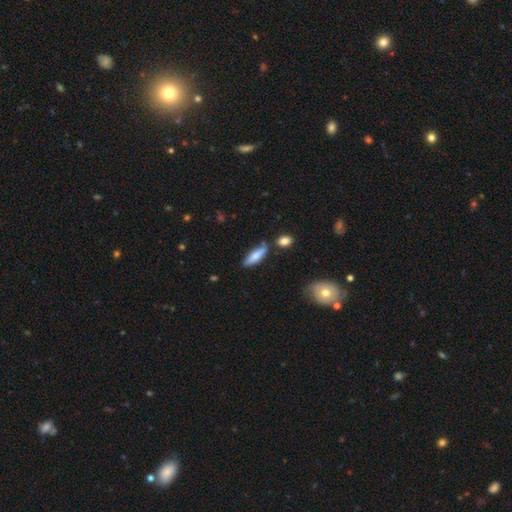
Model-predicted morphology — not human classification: Q: Smooth or featured?
A: smooth (76%); runner-up: featured or disk (18%)
Q: How rounded?
A: cigar-shaped (60%); runner-up: in between (39%)
Q: Merging?
A: none (71%); runner-up: minor disturbance (17%)